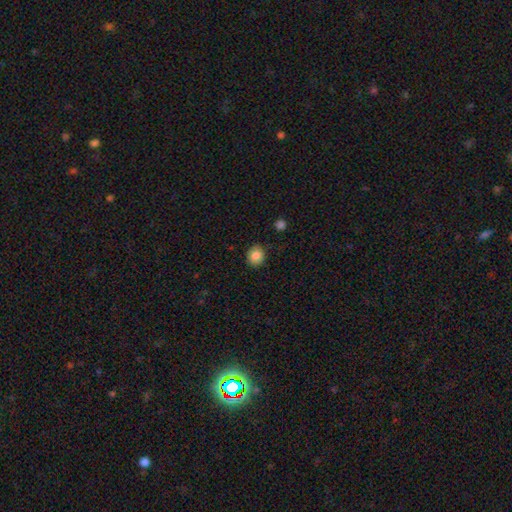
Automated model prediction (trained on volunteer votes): Smooth or featured: smooth — 85% (star or artifact — 9%)
How rounded: round — 78% (in between — 21%)
Merging: none — 87% (minor disturbance — 10%)